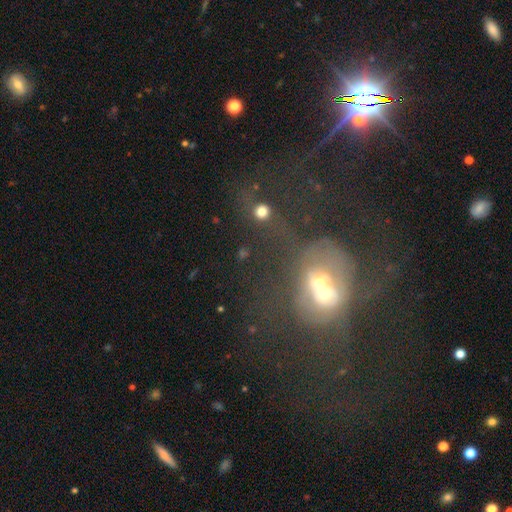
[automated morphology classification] Smooth or featured: featured or disk — 43% (star or artifact — 30%)
Merging: merger — 39% (major disturbance — 26%)